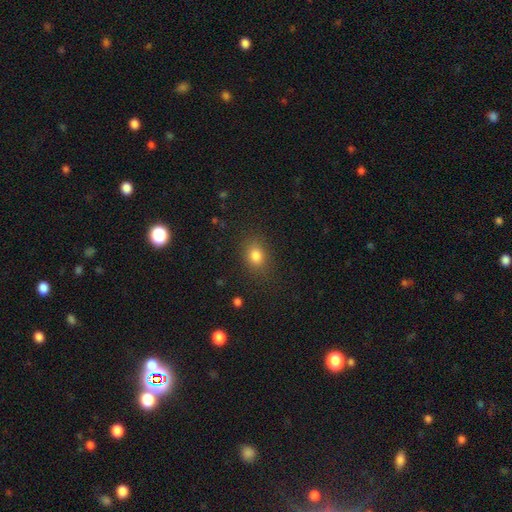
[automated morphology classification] This is clearly a smooth galaxy (82%). How rounded: possibly in between (58%). Merging: clearly none (83%).